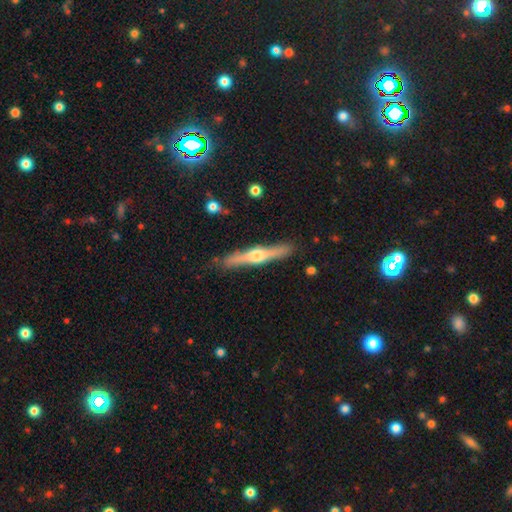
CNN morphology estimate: Smooth or featured: featured or disk — 68% (smooth — 27%)
Edge-on disk: yes — 97% (no — 3%)
Edge-on bulge: rounded — 92% (boxy — 5%)
Merging: none — 87% (minor disturbance — 10%)